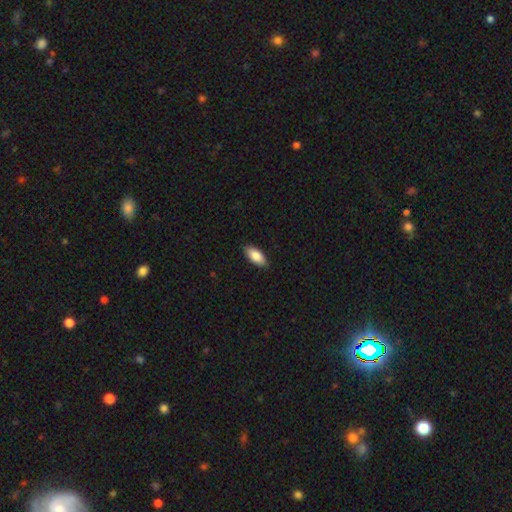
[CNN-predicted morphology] Smooth or featured?
  - smooth: 85% *
  - featured or disk: 9%
  - star or artifact: 6%
How rounded?
  - in between: 87% *
  - cigar-shaped: 11%
  - round: 2%
Merging?
  - none: 88% *
  - minor disturbance: 9%
  - major disturbance: 2%
  - merger: 1%